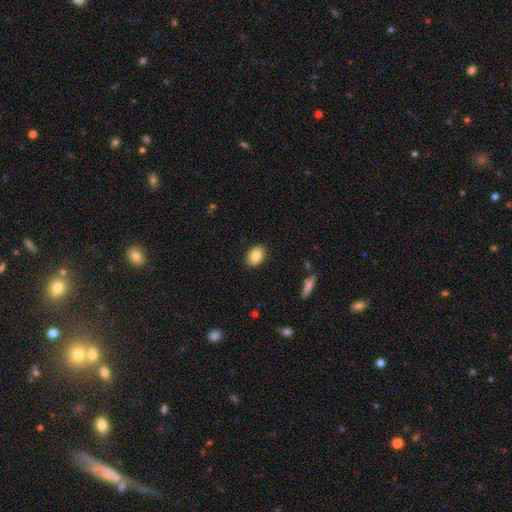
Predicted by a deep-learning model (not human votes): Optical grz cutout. It shows a smooth galaxy with no disk features (86%) that is in between round and cigar-shaped (86%). Merging: none (88%).